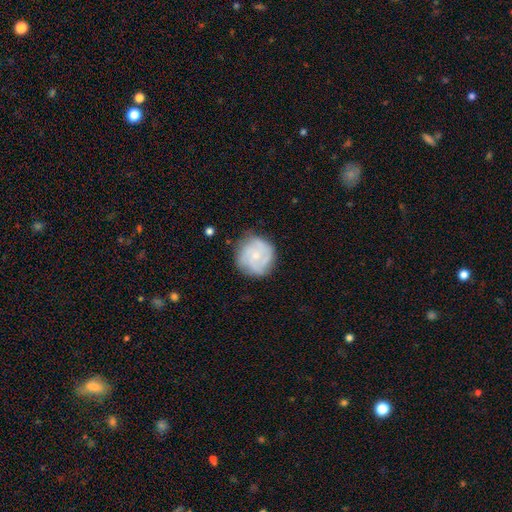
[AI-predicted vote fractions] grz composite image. It shows a featured or disk galaxy (58%) with no bar (79%), spiral arms (81%) and a small central bulge (66%). Merging: none (72%).